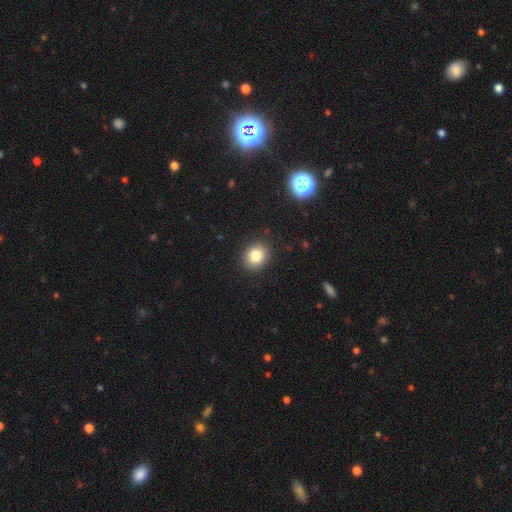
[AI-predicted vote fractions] Smooth or featured? Predicted: smooth (p=0.83). How rounded? Predicted: round (p=0.66). Merging? Predicted: none (p=0.90).